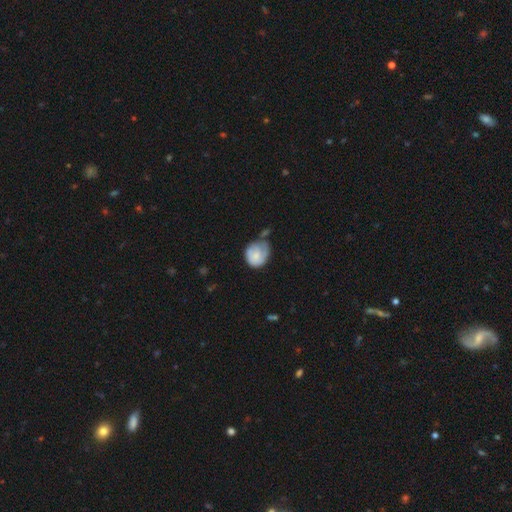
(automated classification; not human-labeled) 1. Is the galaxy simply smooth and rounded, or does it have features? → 62% smooth, 31% featured or disk, 7% star or artifact.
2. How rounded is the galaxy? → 67% round, 32% in between, 1% cigar-shaped.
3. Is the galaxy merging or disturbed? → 36% none (tied), 36% minor disturbance (tied), 18% major disturbance, 10% merger.